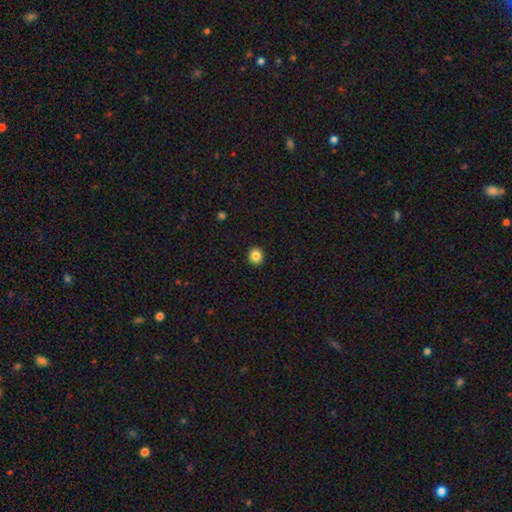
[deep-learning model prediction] Smooth or featured?
  - smooth: 85% *
  - star or artifact: 10%
  - featured or disk: 4%
How rounded?
  - round: 86% *
  - in between: 13%
  - cigar-shaped: 1%
Merging?
  - none: 93% *
  - minor disturbance: 5%
  - major disturbance: 1%
  - merger: 1%